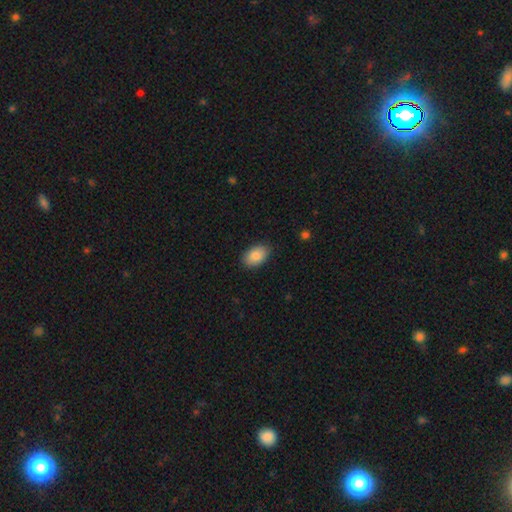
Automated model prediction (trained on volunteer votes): smooth-or-featured: smooth: 87% | star or artifact: 7% | featured or disk: 6%
  how-rounded: in between: 90% | round: 9% | cigar-shaped: 1%
  merging: none: 84% | minor disturbance: 12% | major disturbance: 2% | merger: 1%